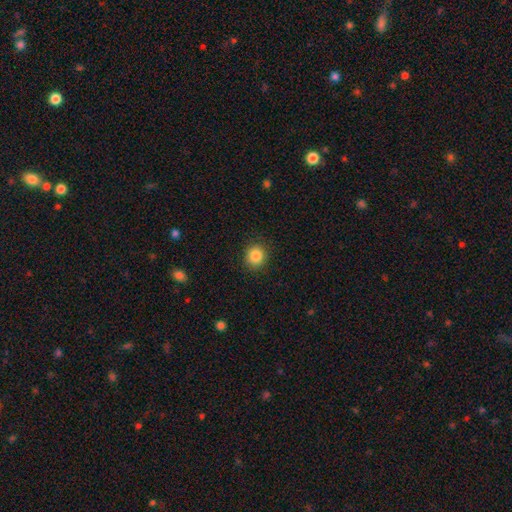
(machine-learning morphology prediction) The model was most divided on "how rounded": round: 85%, in between: 14%, cigar-shaped: 1%. More confident: merging — none (89%); smooth or featured — smooth (85%).